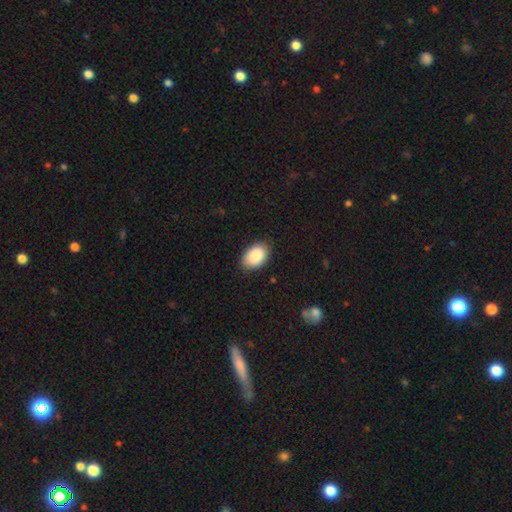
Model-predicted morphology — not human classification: A smooth galaxy with no disk features (88%) that is in between round and cigar-shaped (91%).

Vote fractions:
- Smooth or featured? smooth: 88% / star or artifact: 6% / featured or disk: 5%
- How rounded? in between: 91% / round: 8% / cigar-shaped: 1%
- Merging? none: 84% / minor disturbance: 12% / major disturbance: 2% / merger: 1%